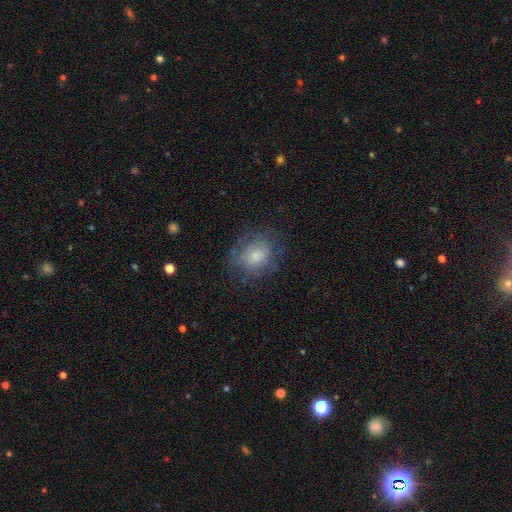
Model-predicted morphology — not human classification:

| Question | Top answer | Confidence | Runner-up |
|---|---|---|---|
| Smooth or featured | smooth | 64% | featured or disk (26%) |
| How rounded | round | 53% | in between (46%) |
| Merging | none | 66% | minor disturbance (21%) |